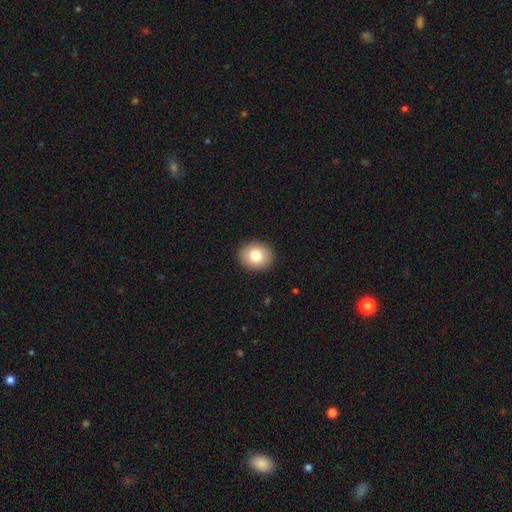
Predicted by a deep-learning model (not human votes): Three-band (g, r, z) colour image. It shows a smooth galaxy with no disk features (79%) that is round (67%). Merging: none (91%).